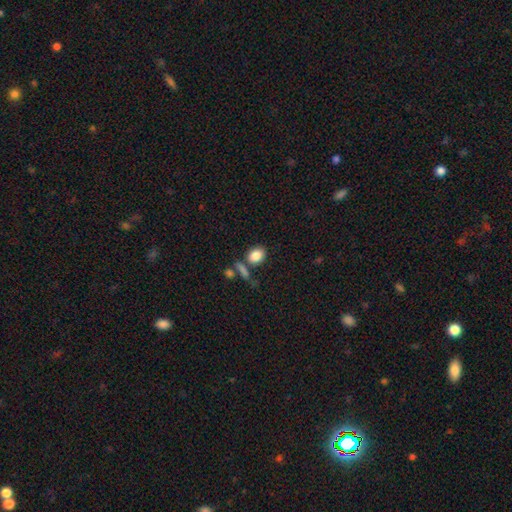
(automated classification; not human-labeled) smooth-or-featured: smooth: 85% | star or artifact: 9% | featured or disk: 6%
  how-rounded: in between: 62% | round: 36% | cigar-shaped: 2%
  merging: none: 67% | merger: 14% | minor disturbance: 13% | major disturbance: 6%